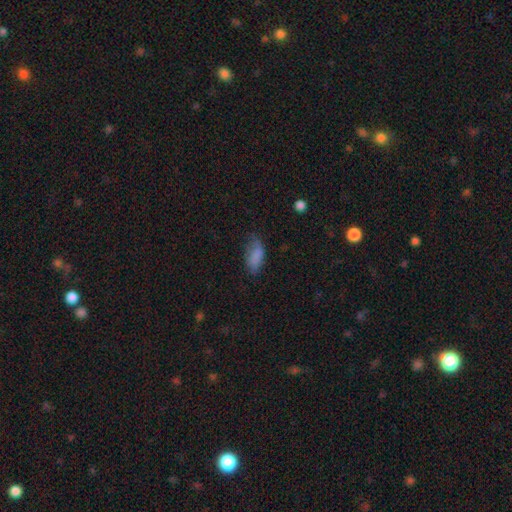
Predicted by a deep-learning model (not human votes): A smooth galaxy with no disk features (78%) that is in between round and cigar-shaped (89%).

Vote fractions:
- Smooth or featured? smooth: 78% / featured or disk: 12% / star or artifact: 9%
- How rounded? in between: 89% / cigar-shaped: 8% / round: 3%
- Merging? none: 51% / minor disturbance: 32% / major disturbance: 14% / merger: 2%